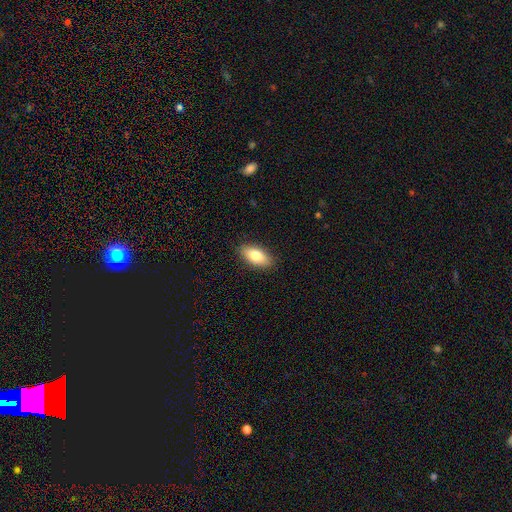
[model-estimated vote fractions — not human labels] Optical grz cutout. It shows a smooth galaxy with no disk features (80%) that is in between round and cigar-shaped (89%). Merging: none (88%).